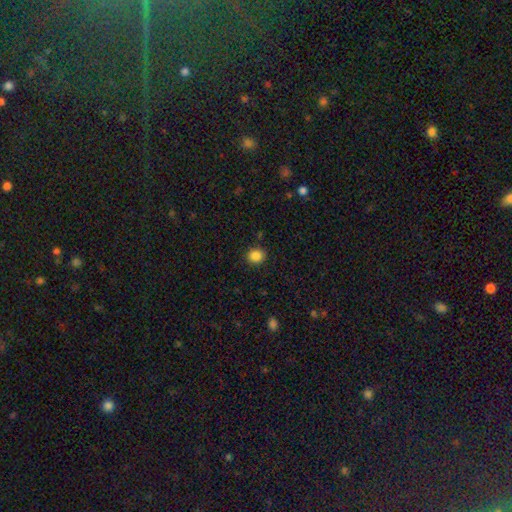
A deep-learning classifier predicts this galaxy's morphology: Smooth or featured?
  - smooth: 86% *
  - star or artifact: 10%
  - featured or disk: 3%
How rounded?
  - round: 80% *
  - in between: 19%
  - cigar-shaped: 1%
Merging?
  - none: 90% *
  - minor disturbance: 7%
  - major disturbance: 2%
  - merger: 1%